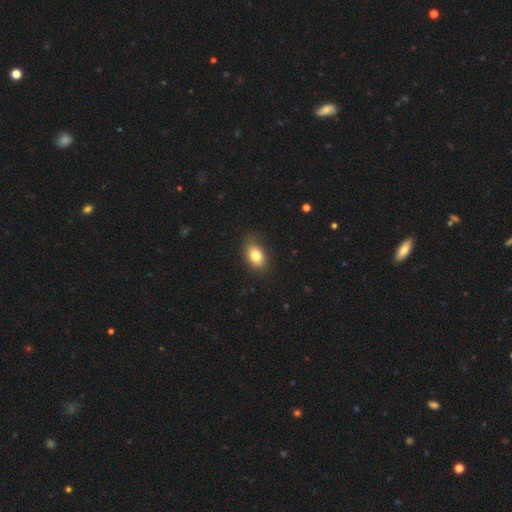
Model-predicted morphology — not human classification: This is clearly a smooth galaxy (81%). How rounded: clearly in between (86%). Merging: clearly none (80%).